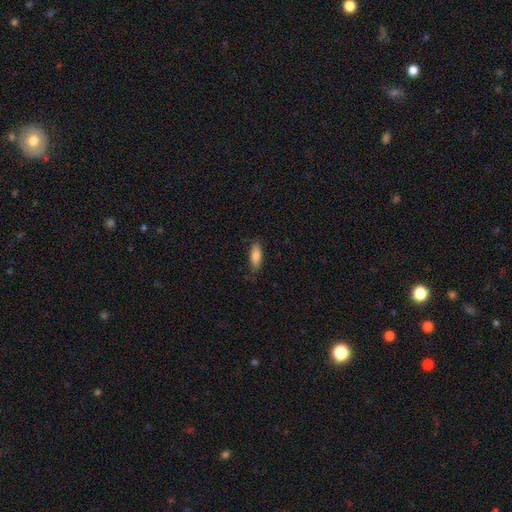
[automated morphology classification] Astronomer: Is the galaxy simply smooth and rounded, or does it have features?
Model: smooth — 84%.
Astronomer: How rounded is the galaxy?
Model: in between — 69%.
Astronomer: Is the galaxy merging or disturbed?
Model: none — 79%.